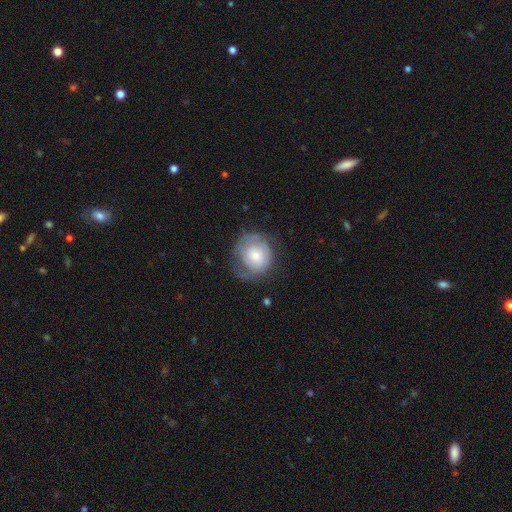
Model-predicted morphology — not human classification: Q: Smooth or featured?
A: featured or disk (53%); runner-up: smooth (40%)
Q: Edge-on disk?
A: no (97%); runner-up: yes (3%)
Q: Bar?
A: no (78%); runner-up: weak (19%)
Q: Spiral arms?
A: yes (75%); runner-up: no (25%)
Q: Bulge size?
A: small (51%); runner-up: moderate (39%)
Q: Merging?
A: none (53%); runner-up: minor disturbance (26%)